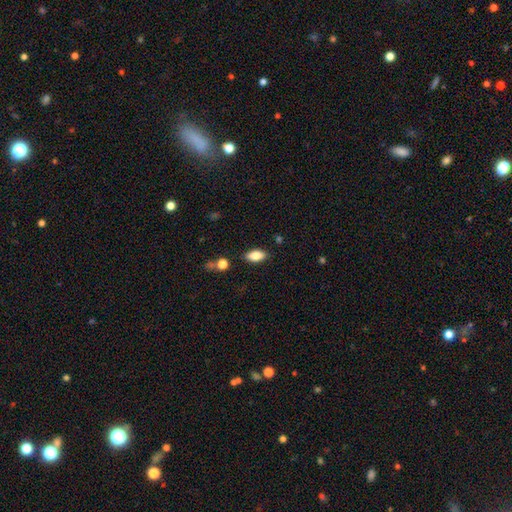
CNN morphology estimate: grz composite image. It shows a smooth galaxy with no disk features (80%) that is in between round and cigar-shaped (88%). Merging: none (84%).